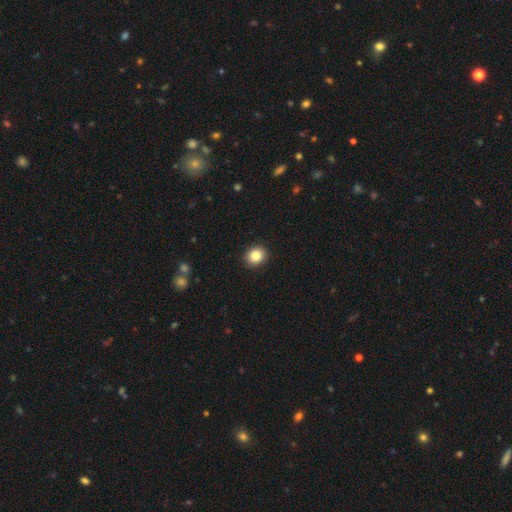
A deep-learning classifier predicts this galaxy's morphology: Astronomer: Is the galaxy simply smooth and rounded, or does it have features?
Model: smooth — 84%.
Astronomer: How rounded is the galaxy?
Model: round — 74%.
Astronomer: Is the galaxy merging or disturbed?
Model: none — 91%.